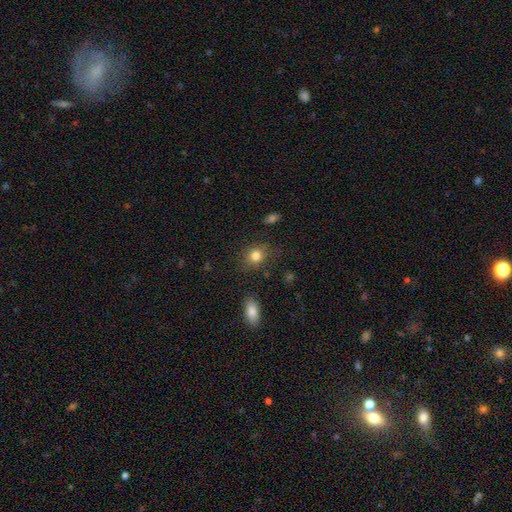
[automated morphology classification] type=smooth (83%); roundness=round (66%); merging=none (79%).